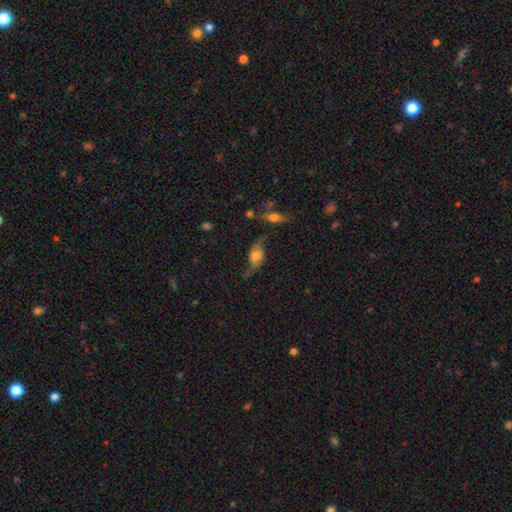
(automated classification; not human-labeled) This appears to be a featured or disk galaxy (53%). Merging: none (47%).